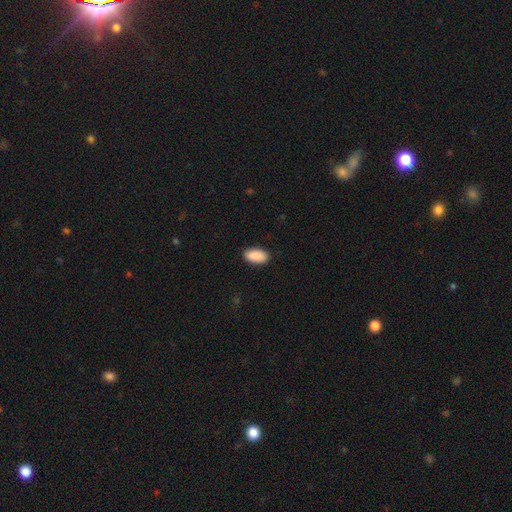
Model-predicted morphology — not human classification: Smooth or featured? Predicted: smooth (p=0.91). How rounded? Predicted: in between (p=0.94). Merging? Predicted: none (p=0.88).